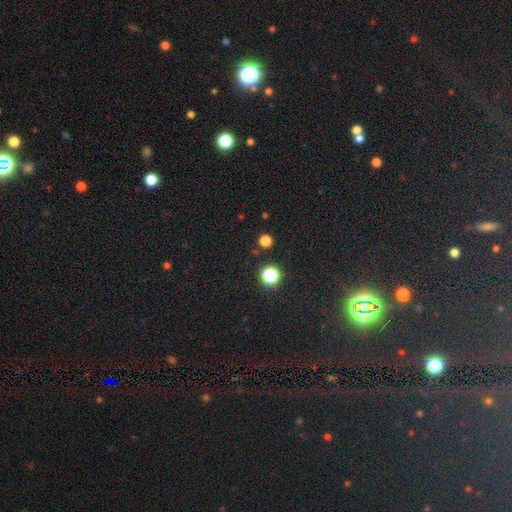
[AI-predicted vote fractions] This is likely a star or artifact rather than a galaxy (77%).